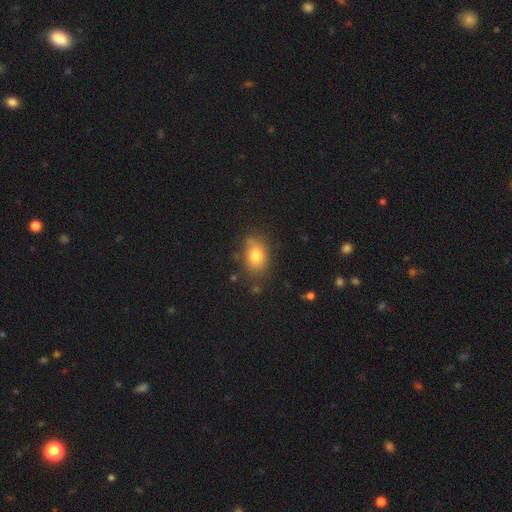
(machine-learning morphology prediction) A smooth galaxy with no disk features (78%) that is in between round and cigar-shaped (75%).

Vote fractions:
- Smooth or featured? smooth: 78% / featured or disk: 12% / star or artifact: 10%
- How rounded? in between: 75% / round: 24% / cigar-shaped: 1%
- Merging? none: 73% / minor disturbance: 18% / major disturbance: 5% / merger: 4%